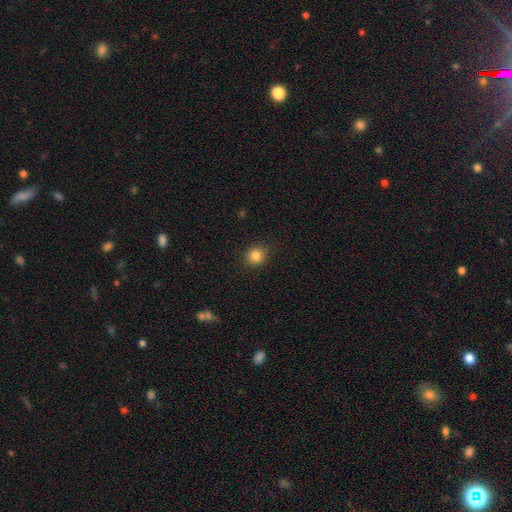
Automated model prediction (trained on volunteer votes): Smooth or featured?
  - smooth: 84% *
  - star or artifact: 11%
  - featured or disk: 5%
How rounded?
  - round: 84% *
  - in between: 15%
  - cigar-shaped: 1%
Merging?
  - none: 89% *
  - minor disturbance: 8%
  - major disturbance: 2%
  - merger: 1%